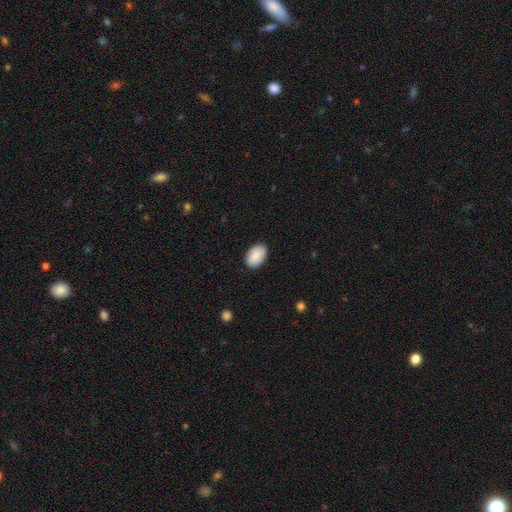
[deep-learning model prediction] Smooth or featured? Predicted: smooth (p=0.89). How rounded? Predicted: in between (p=0.90). Merging? Predicted: none (p=0.87).